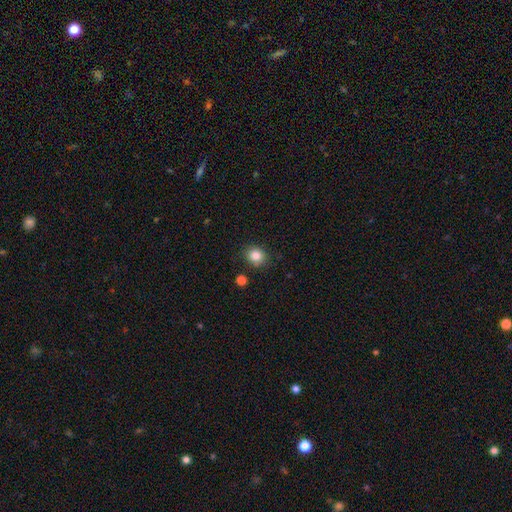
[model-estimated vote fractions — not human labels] Smooth or featured? Predicted: smooth (p=0.85). How rounded? Predicted: round (p=0.75). Merging? Predicted: none (p=0.84).